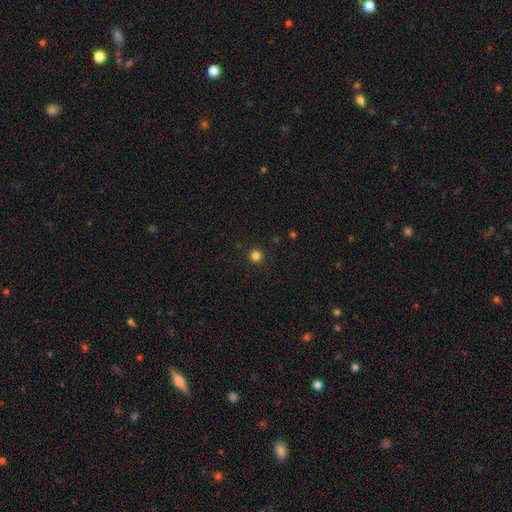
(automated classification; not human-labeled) Smooth or featured?
  - smooth: 82% *
  - star or artifact: 15%
  - featured or disk: 4%
How rounded?
  - round: 95% *
  - in between: 4%
  - cigar-shaped: 1%
Merging?
  - none: 93% *
  - minor disturbance: 5%
  - major disturbance: 2%
  - merger: 1%